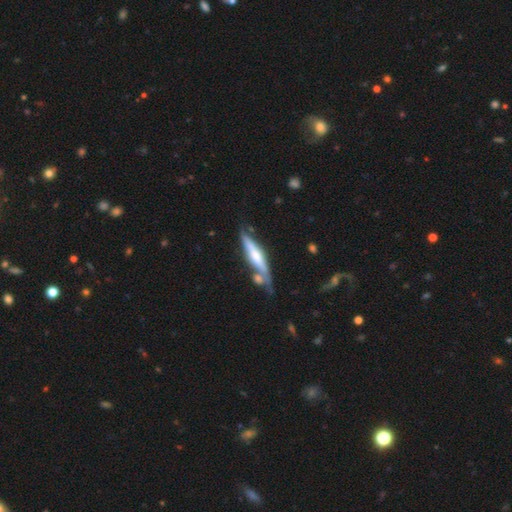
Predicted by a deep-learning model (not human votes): Overall: featured or disk (53%; smooth 41%). Edge-on disk: yes (88%). Merging: none (53%; minor disturbance 20%).